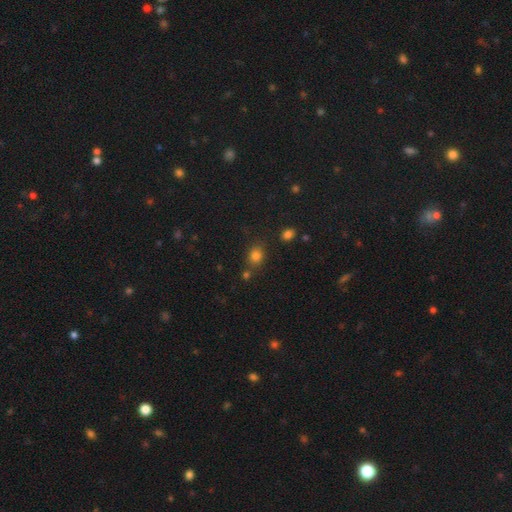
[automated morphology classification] The model was most divided on "how rounded": round: 60%, in between: 39%, cigar-shaped: 1%. More confident: smooth or featured — smooth (79%); merging — none (71%).